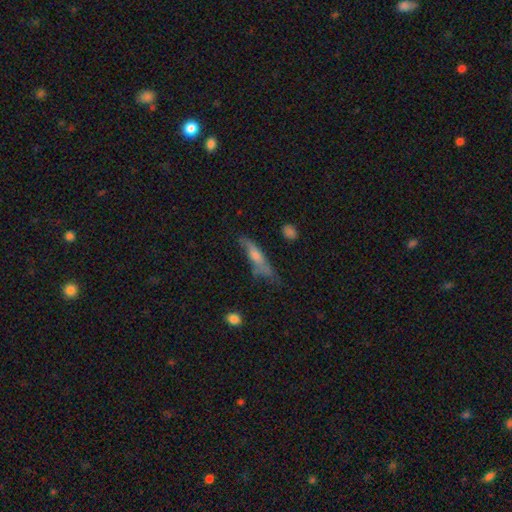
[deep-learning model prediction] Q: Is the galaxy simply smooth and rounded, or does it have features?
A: smooth — 54%.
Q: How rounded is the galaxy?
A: cigar-shaped — 77%.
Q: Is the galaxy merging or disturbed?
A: none — 49%.